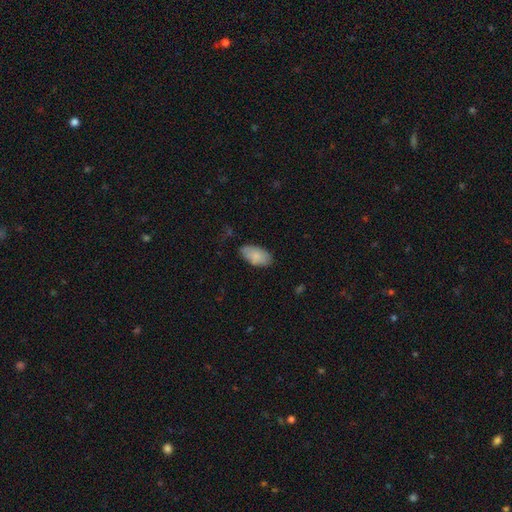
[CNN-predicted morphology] smooth_or_featured: smooth (p=0.84) [alt: featured or disk p=0.10]
how_rounded: in between (p=0.95) [alt: round p=0.03]
merging: none (p=0.78) [alt: minor disturbance p=0.17]